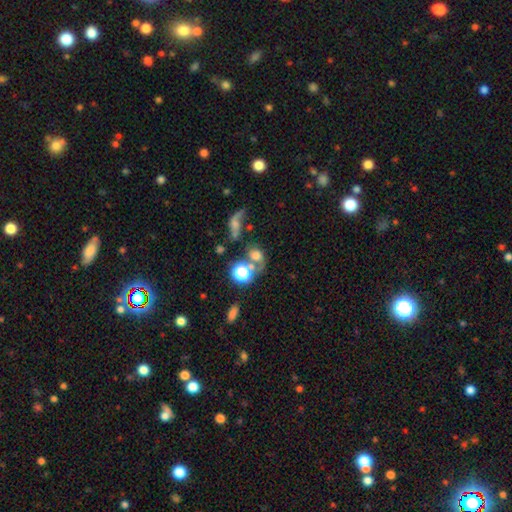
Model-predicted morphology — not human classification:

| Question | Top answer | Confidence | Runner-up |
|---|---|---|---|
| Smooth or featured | smooth | 61% | star or artifact (21%) |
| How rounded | round | 58% | in between (40%) |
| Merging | none | 37% | merger (34%) |